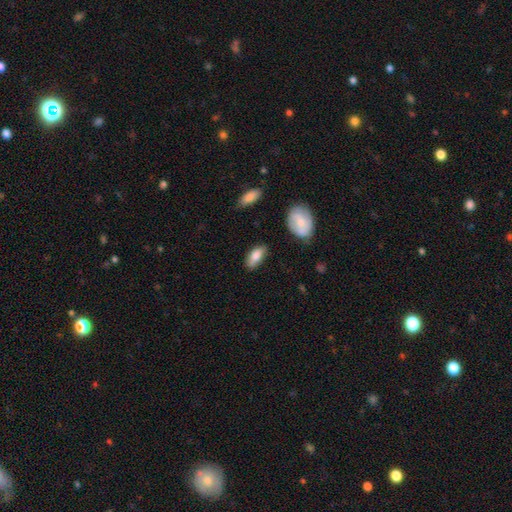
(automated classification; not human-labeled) The model was most divided on "merging": none: 79%, minor disturbance: 16%, major disturbance: 3%, merger: 2%. More confident: how rounded — in between (87%); smooth or featured — smooth (80%).